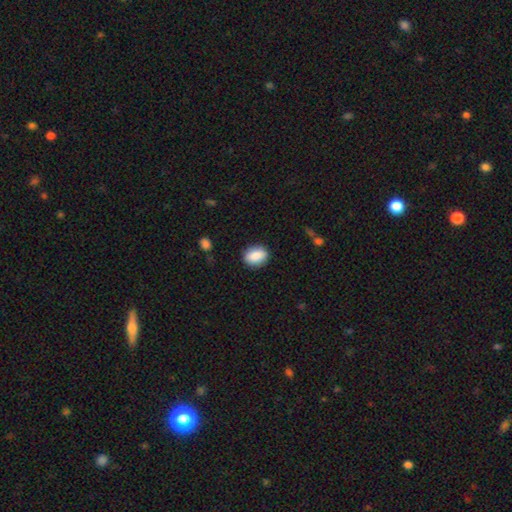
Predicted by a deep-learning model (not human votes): smooth 87%, star or artifact 7%, featured or disk 5%. Down the decision tree: how rounded — in between (64%); merging — none (87%).